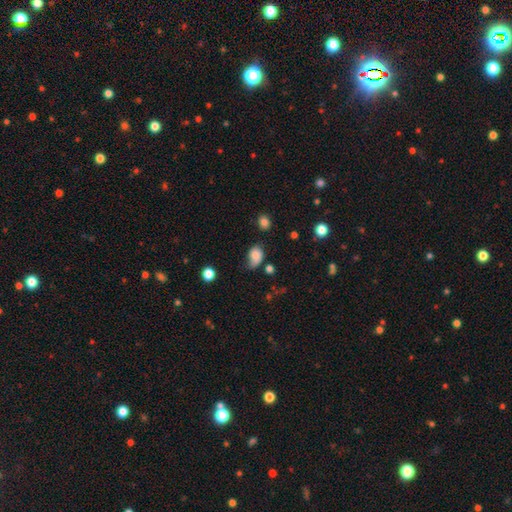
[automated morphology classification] A smooth galaxy with no disk features (77%) that is in between round and cigar-shaped (73%). Merging: minor disturbance (40%).